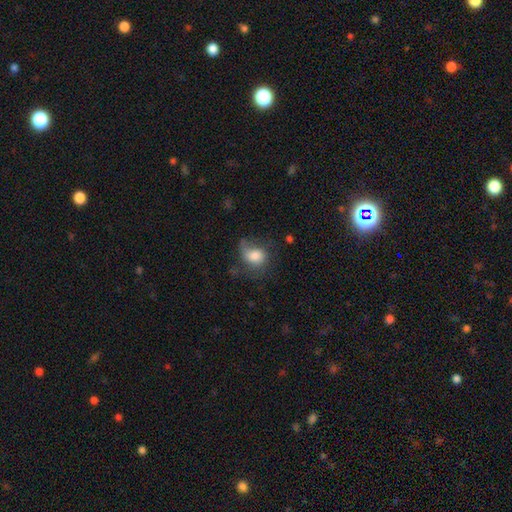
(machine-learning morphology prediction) Smooth or featured? smooth (68%)
How rounded? round (50%)
Merging? none (41%)